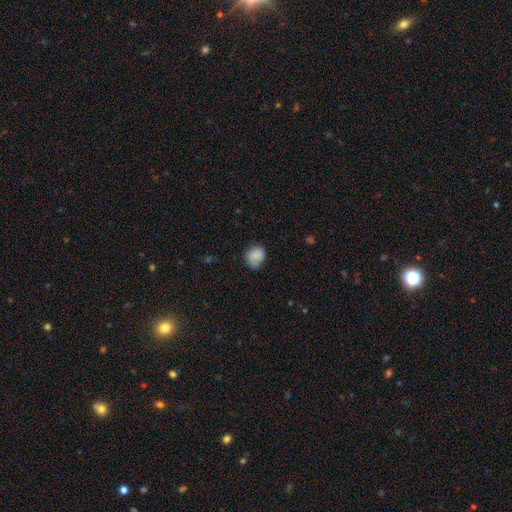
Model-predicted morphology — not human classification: smooth 81%, featured or disk 11%, star or artifact 9%. Down the decision tree: how rounded — round (65%); merging — none (61%).